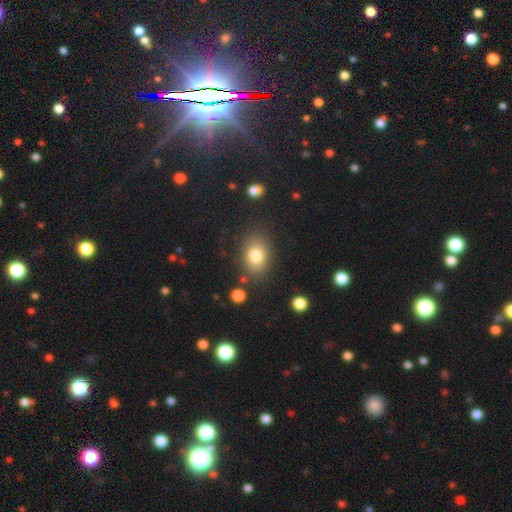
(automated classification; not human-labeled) A smooth galaxy with no disk features (79%) that is in between round and cigar-shaped (71%).

Vote fractions:
- Smooth or featured? smooth: 79% / featured or disk: 11% / star or artifact: 10%
- How rounded? in between: 71% / round: 28% / cigar-shaped: 1%
- Merging? none: 80% / minor disturbance: 12% / major disturbance: 4% / merger: 3%